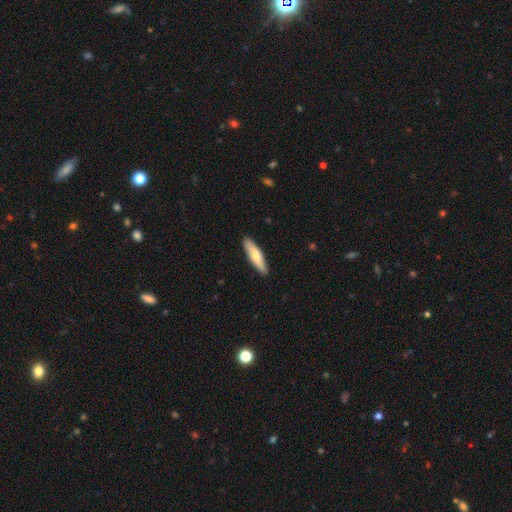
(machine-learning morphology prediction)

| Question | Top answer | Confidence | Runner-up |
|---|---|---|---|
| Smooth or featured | smooth | 68% | featured or disk (27%) |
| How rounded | cigar-shaped | 71% | in between (27%) |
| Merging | none | 89% | minor disturbance (8%) |